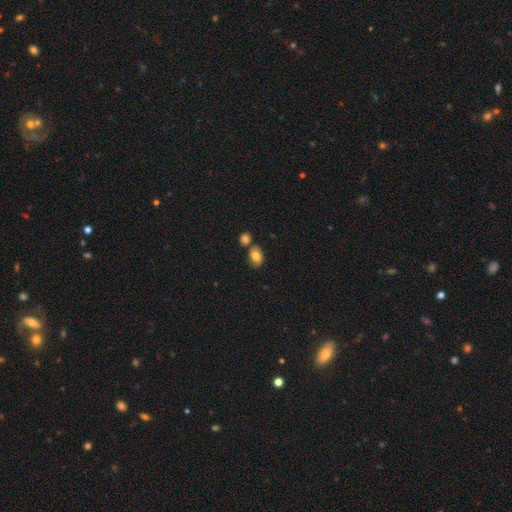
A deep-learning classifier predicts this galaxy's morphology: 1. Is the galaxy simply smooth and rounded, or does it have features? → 69% smooth, 21% featured or disk, 9% star or artifact.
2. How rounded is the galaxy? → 76% in between, 23% round, 2% cigar-shaped.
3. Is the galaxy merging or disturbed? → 56% none, 23% merger, 16% minor disturbance, 5% major disturbance.